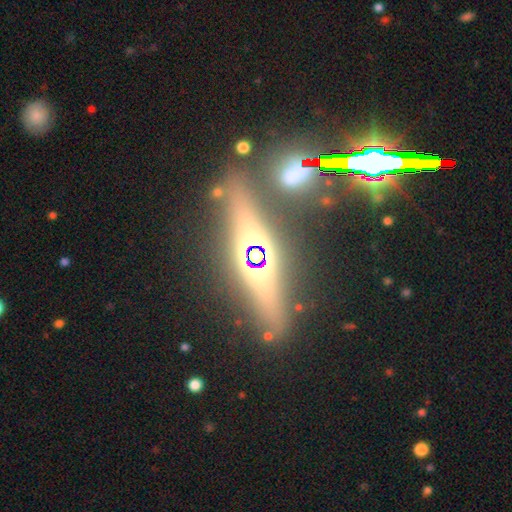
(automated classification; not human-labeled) Smooth or featured? star or artifact (40%)